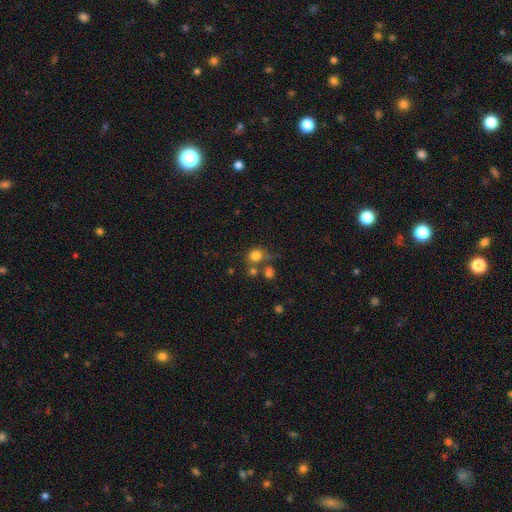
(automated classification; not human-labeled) A smooth galaxy with no disk features (78%) that is round (76%). Merging: none (58%).